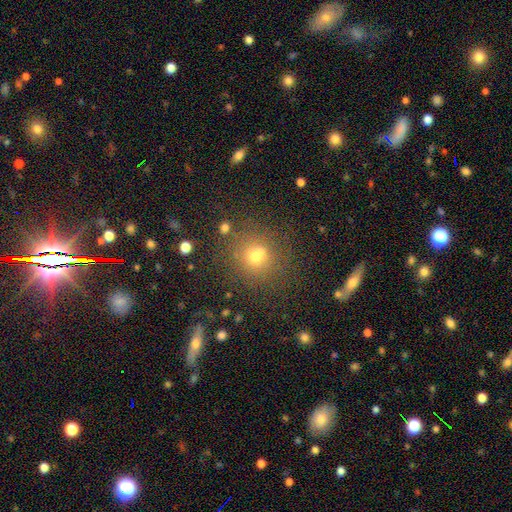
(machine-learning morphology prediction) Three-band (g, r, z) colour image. It shows a smooth galaxy with no disk features (65%) that is round (84%). Merging: none (64%).